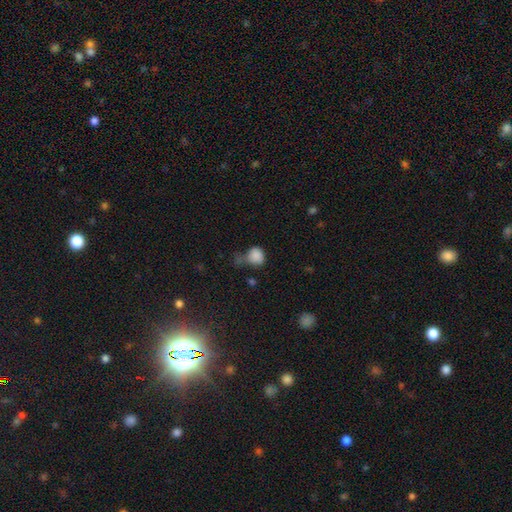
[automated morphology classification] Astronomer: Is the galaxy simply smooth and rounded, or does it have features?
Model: smooth — 83%.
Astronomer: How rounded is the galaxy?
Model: round — 64%.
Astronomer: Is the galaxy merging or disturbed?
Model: none — 39% (runner-up: minor disturbance, 30%).